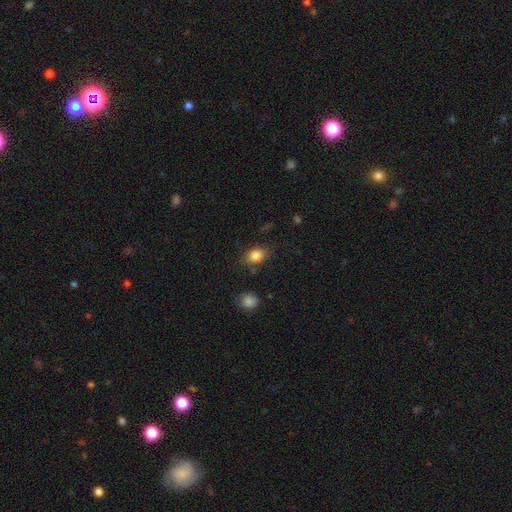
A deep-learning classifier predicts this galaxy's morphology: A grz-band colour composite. It shows a smooth galaxy with no disk features (83%) that is in between round and cigar-shaped (71%). Merging: none (75%).